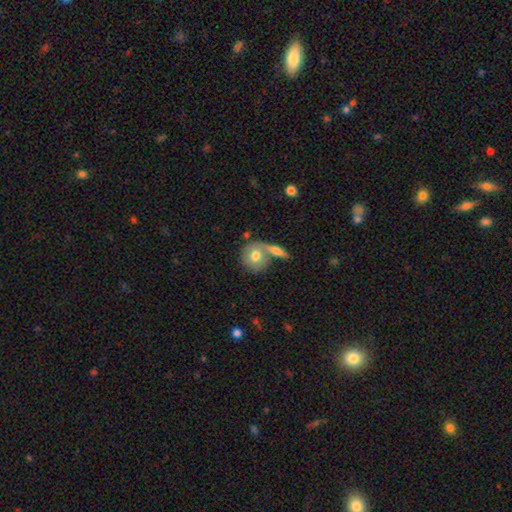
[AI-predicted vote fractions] Q: Smooth or featured?
A: smooth (69%); runner-up: featured or disk (25%)
Q: How rounded?
A: round (80%); runner-up: in between (18%)
Q: Merging?
A: none (43%); runner-up: merger (42%)